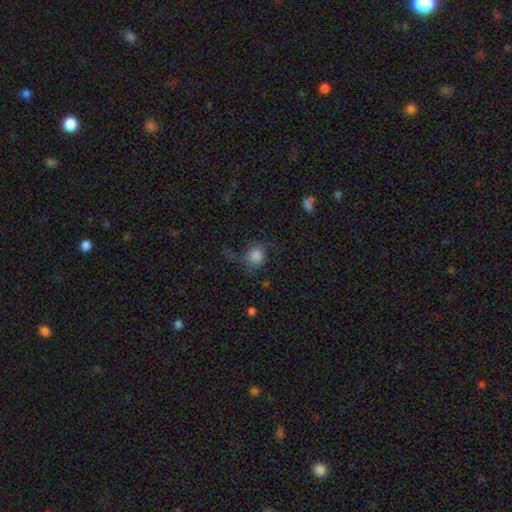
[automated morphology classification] This appears to be a smooth galaxy with no disk features (76%) that is round (81%). Merging: none (55%).